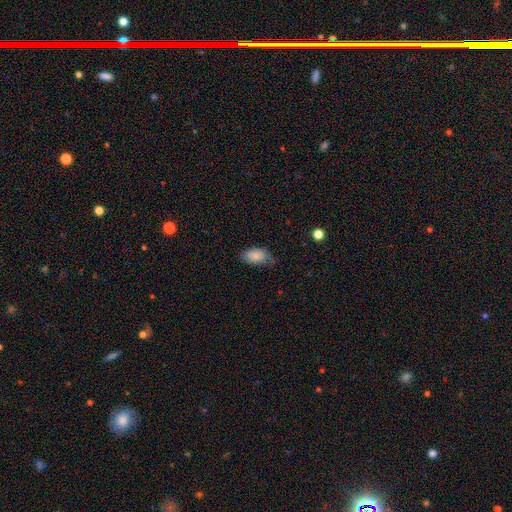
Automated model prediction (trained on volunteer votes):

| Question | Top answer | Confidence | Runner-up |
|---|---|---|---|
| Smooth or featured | smooth | 85% | featured or disk (8%) |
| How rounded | in between | 93% | round (5%) |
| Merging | none | 57% | minor disturbance (33%) |